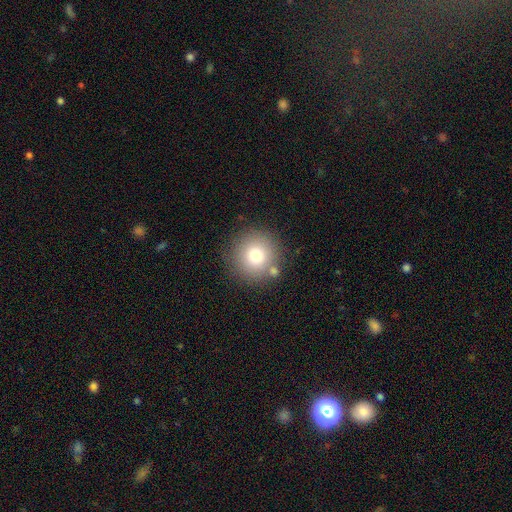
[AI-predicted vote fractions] Smooth or featured?
  - smooth: 78% *
  - star or artifact: 11%
  - featured or disk: 11%
How rounded?
  - round: 95% *
  - in between: 4%
  - cigar-shaped: 1%
Merging?
  - none: 81% *
  - minor disturbance: 9%
  - merger: 7%
  - major disturbance: 3%